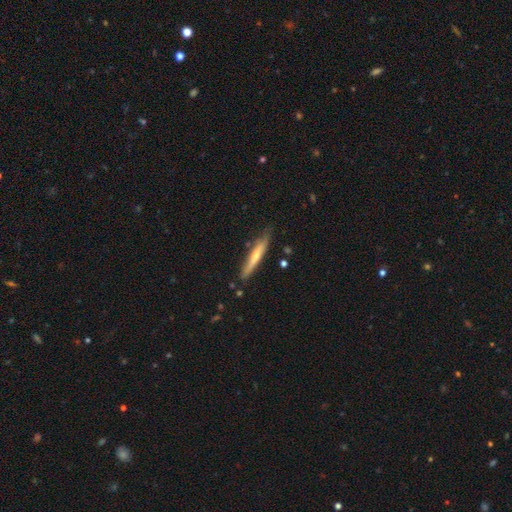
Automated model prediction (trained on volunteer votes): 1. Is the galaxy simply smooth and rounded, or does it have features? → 57% smooth, 37% featured or disk, 5% star or artifact.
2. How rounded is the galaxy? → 92% cigar-shaped, 6% in between, 1% round.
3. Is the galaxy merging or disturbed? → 74% none, 20% minor disturbance, 3% major disturbance, 3% merger.